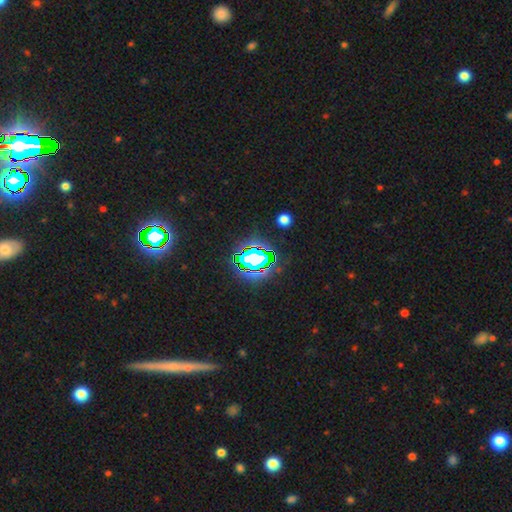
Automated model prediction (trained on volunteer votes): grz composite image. It shows a star or artifact, not a galaxy (66%).